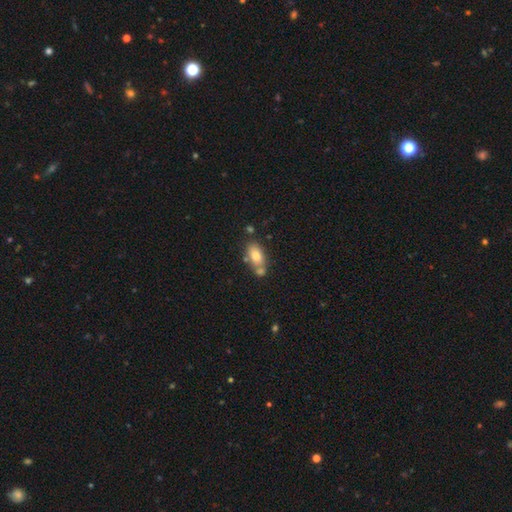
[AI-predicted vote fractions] This appears to be a smooth galaxy with no disk features (77%) that is in between round and cigar-shaped (88%). Merging: none (52%).